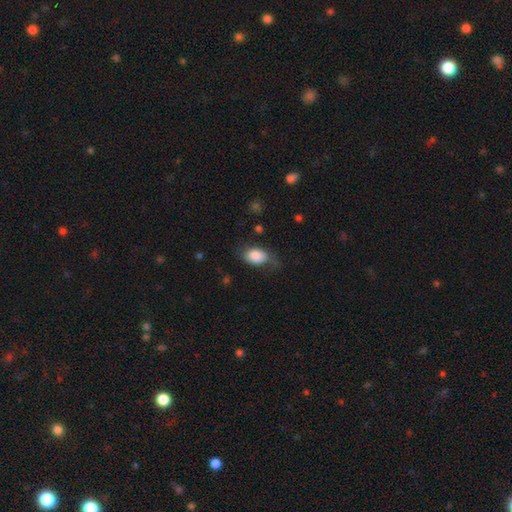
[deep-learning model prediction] A smooth galaxy with no disk features (83%) that is in between round and cigar-shaped (87%).

Vote fractions:
- Smooth or featured? smooth: 83% / featured or disk: 10% / star or artifact: 7%
- How rounded? in between: 87% / round: 12% / cigar-shaped: 2%
- Merging? none: 54% / minor disturbance: 30% / major disturbance: 14% / merger: 2%